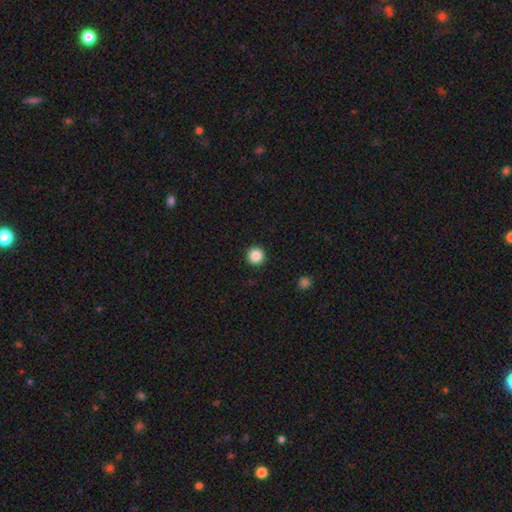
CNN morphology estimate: This is clearly a smooth galaxy (87%). How rounded: clearly round (96%). Merging: clearly none (93%).